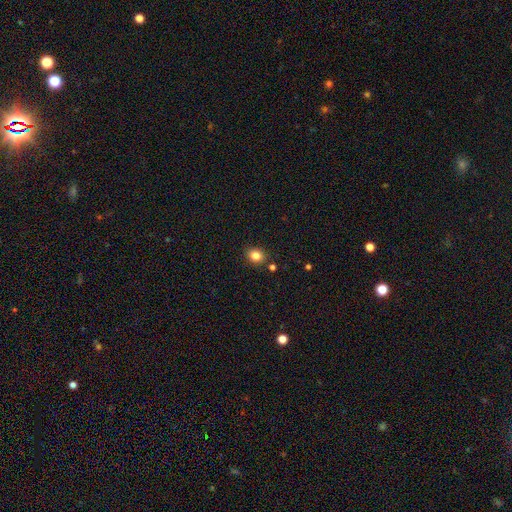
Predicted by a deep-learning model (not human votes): Smooth or featured?
  - smooth: 83% *
  - star or artifact: 11%
  - featured or disk: 6%
How rounded?
  - round: 62% *
  - in between: 37%
  - cigar-shaped: 1%
Merging?
  - none: 85% *
  - minor disturbance: 9%
  - merger: 4%
  - major disturbance: 2%